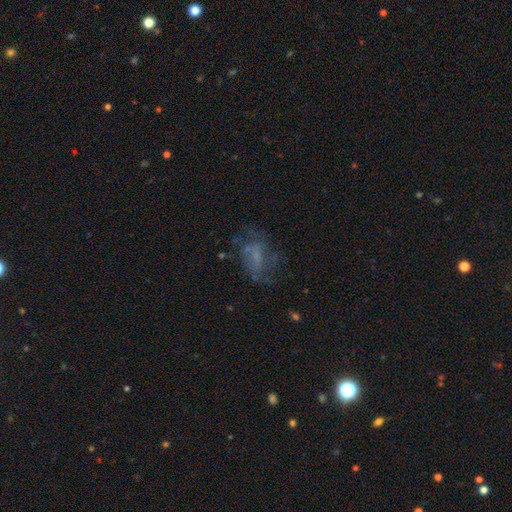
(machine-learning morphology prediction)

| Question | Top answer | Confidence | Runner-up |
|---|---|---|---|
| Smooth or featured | featured or disk | 47% | smooth (35%) |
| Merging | none | 51% | major disturbance (26%) |